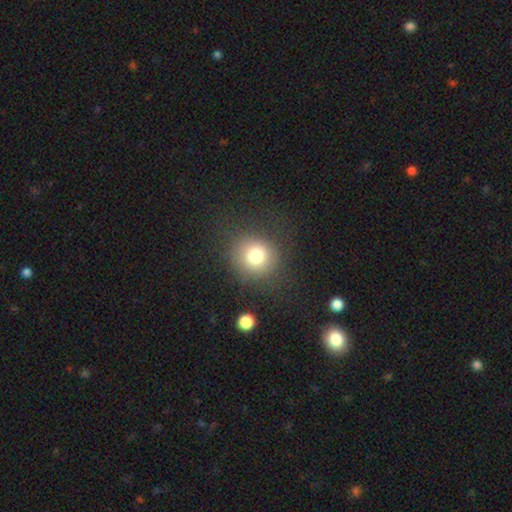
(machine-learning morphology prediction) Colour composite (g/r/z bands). It shows a smooth galaxy with no disk features (78%) that is round (89%). Merging: none (82%).